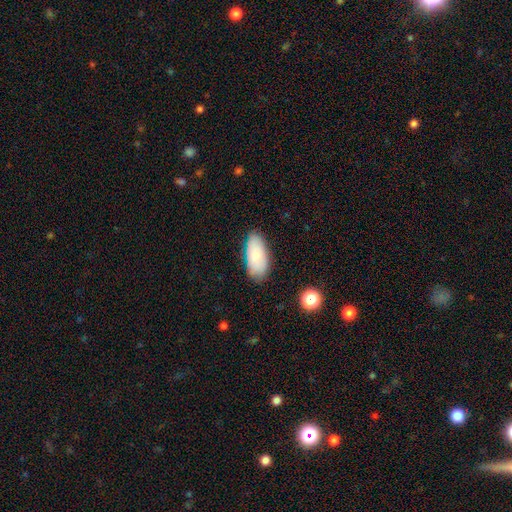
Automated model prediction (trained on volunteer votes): A smooth galaxy with no disk features (74%) that is in between round and cigar-shaped (92%). Merging: none (81%).